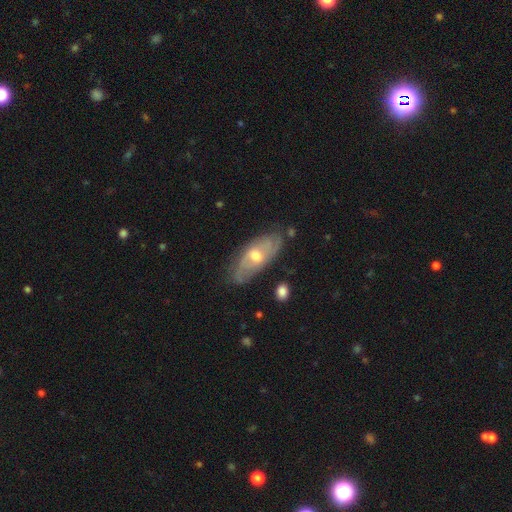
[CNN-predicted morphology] This is likely a featured or disk galaxy (71%). It is clearly not viewed edge-on (83%). Bar: likely no (63%). Spiral arm pattern: likely yes (79%). Central bulge: likely moderate (72%). Merging: likely none (74%).